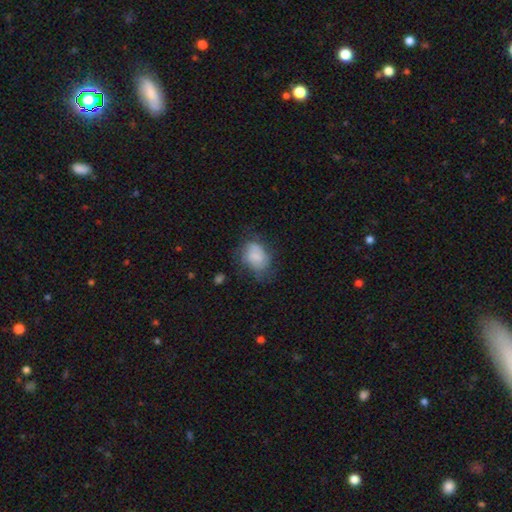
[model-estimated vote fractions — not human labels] Morphology: type=smooth (60%); roundness=in between (70%); merging=none (51%).